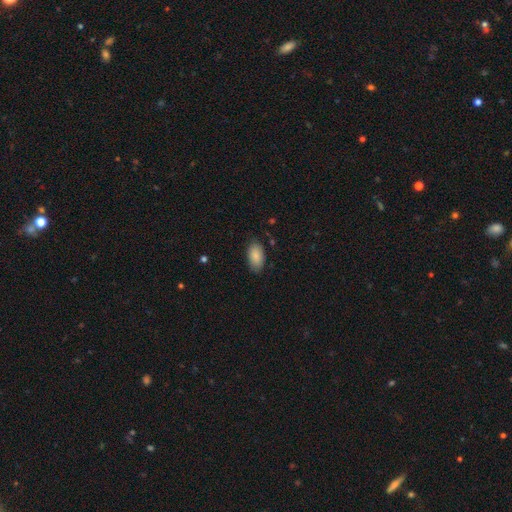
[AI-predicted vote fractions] Q: Smooth or featured?
A: smooth (86%); runner-up: featured or disk (7%)
Q: How rounded?
A: in between (94%); runner-up: cigar-shaped (3%)
Q: Merging?
A: none (83%); runner-up: minor disturbance (14%)